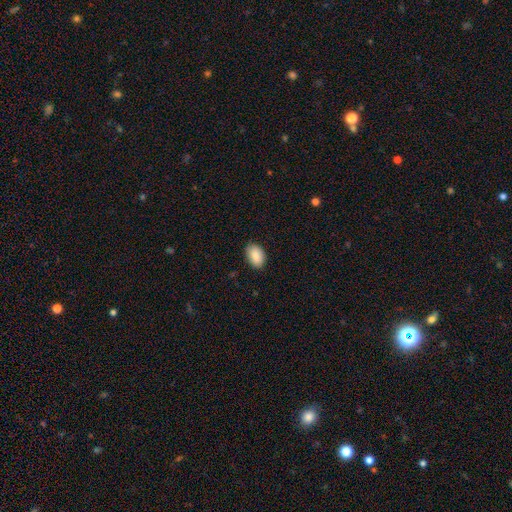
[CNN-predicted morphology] Overall: smooth (89%). How rounded: in between (88%). Merging: none (86%).